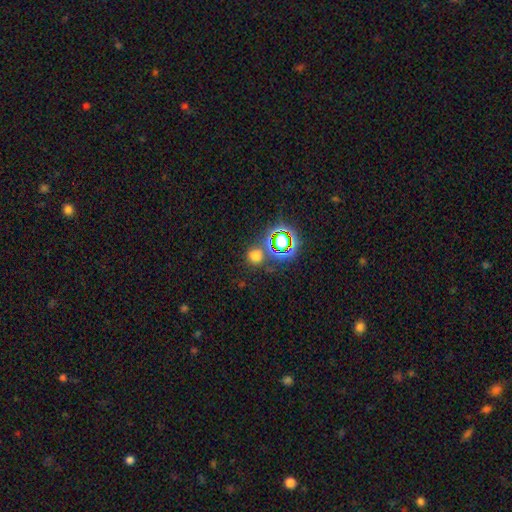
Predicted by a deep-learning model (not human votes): smooth_or_featured: smooth (p=0.60) [alt: star or artifact p=0.33]
how_rounded: round (p=0.86) [alt: in between p=0.13]
merging: none (p=0.73) [alt: merger p=0.13]